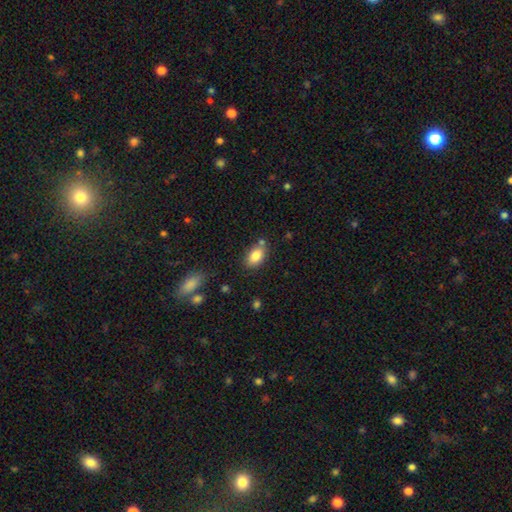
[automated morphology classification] type=smooth (83%); roundness=in between (89%); merging=none (71%).